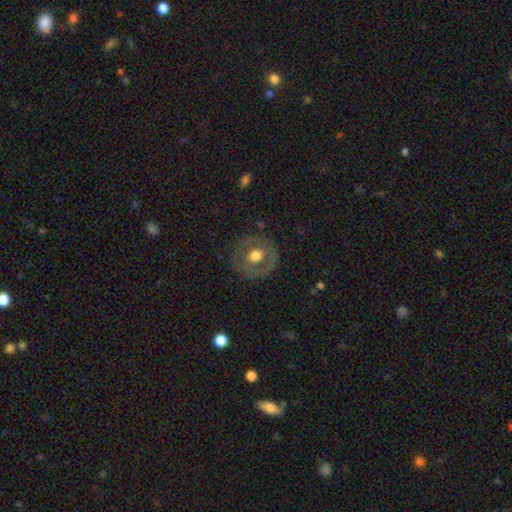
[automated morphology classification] A smooth galaxy with no disk features (48%). Merging: none (79%).